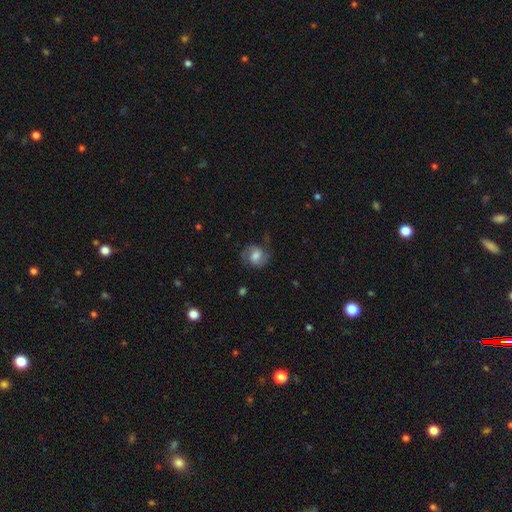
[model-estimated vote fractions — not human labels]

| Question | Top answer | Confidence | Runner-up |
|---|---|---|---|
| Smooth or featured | featured or disk | 57% | smooth (35%) |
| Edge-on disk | no | 97% | yes (3%) |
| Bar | no | 47% | weak (43%) |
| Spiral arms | yes | 90% | no (10%) |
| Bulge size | moderate | 50% | large (23%) |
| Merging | none | 64% | minor disturbance (21%) |